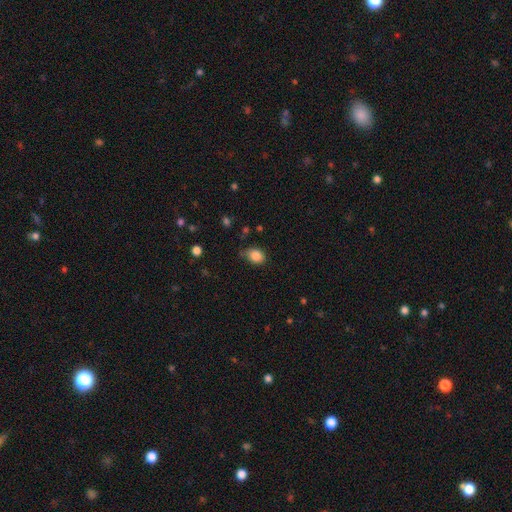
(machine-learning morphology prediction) This is clearly a smooth galaxy (85%). How rounded: likely in between (63%). Merging: likely none (67%).